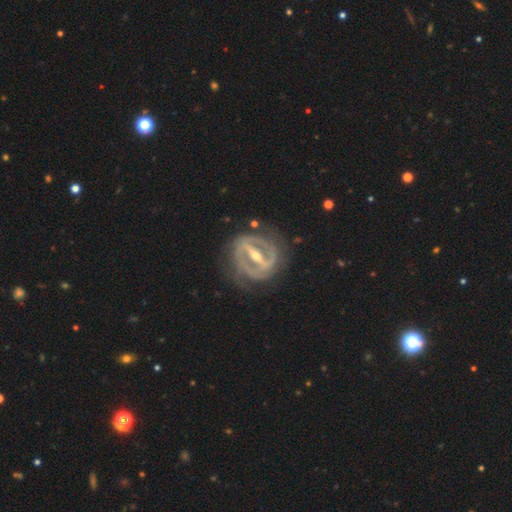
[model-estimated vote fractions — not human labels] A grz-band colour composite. It shows a featured or disk galaxy (89%) with a strong bar (84%), 2 (68%) tight (61%) spiral arms (79%) and a moderate central bulge (59%). Merging: none (77%).